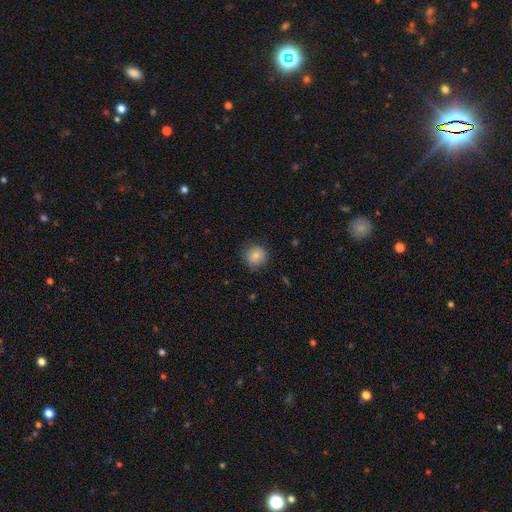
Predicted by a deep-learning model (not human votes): The model was most divided on "merging": none: 81%, minor disturbance: 14%, major disturbance: 4%, merger: 1%. More confident: how rounded — round (89%); smooth or featured — smooth (83%).